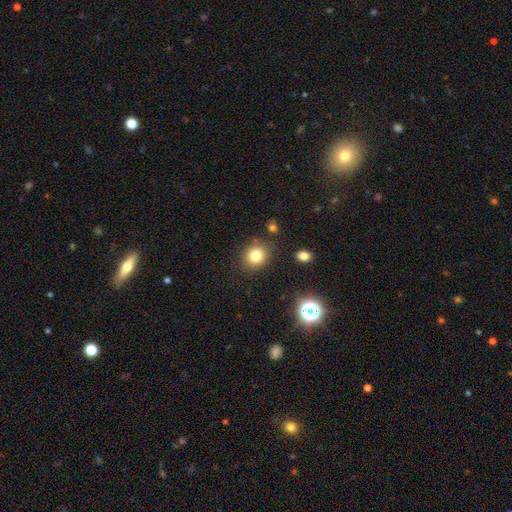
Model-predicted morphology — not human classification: Q: Smooth or featured?
A: smooth (80%); runner-up: star or artifact (13%)
Q: How rounded?
A: round (75%); runner-up: in between (25%)
Q: Merging?
A: none (84%); runner-up: minor disturbance (10%)